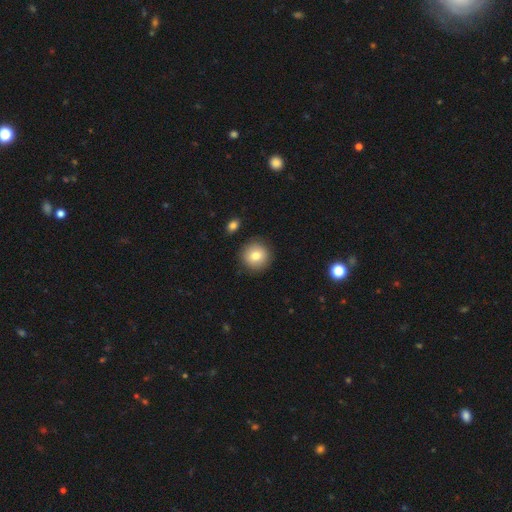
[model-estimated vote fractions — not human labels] Smooth or featured? smooth (80%)
How rounded? round (93%)
Merging? none (89%)